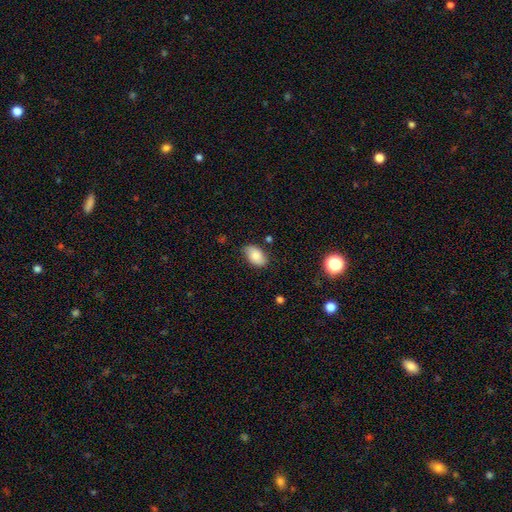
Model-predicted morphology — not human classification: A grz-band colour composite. It shows a smooth galaxy with no disk features (80%) that is in between round and cigar-shaped (92%). Merging: none (74%).